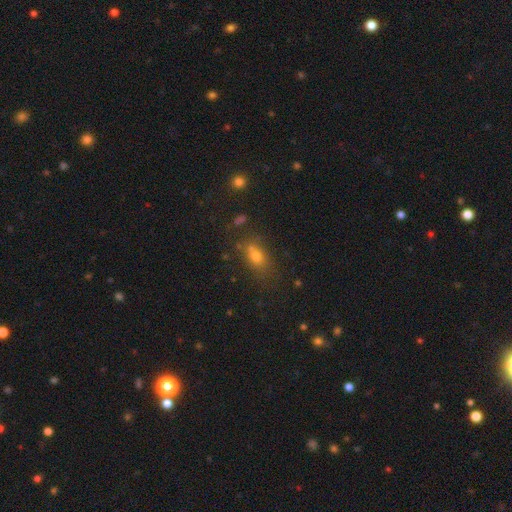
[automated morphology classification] Overall: smooth (69%). How rounded: in between (71%). Merging: none (60%).